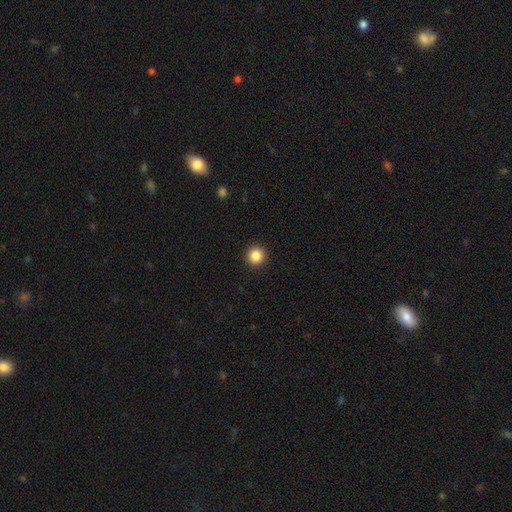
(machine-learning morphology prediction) Smooth or featured: smooth — 86% (star or artifact — 10%)
How rounded: round — 95% (in between — 4%)
Merging: none — 93% (minor disturbance — 4%)